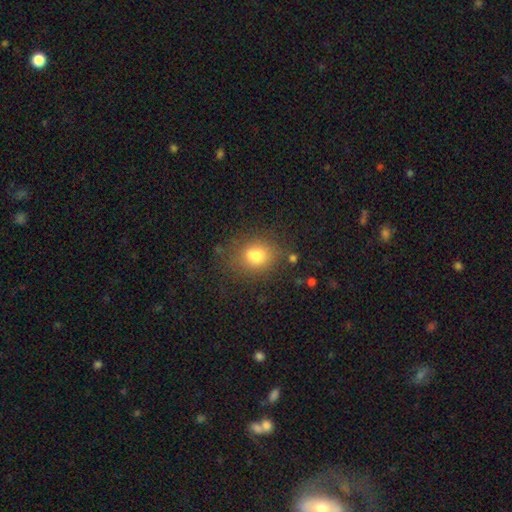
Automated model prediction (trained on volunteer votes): Smooth or featured? Predicted: smooth (p=0.78). How rounded? Predicted: in between (p=0.50). Merging? Predicted: none (p=0.68).